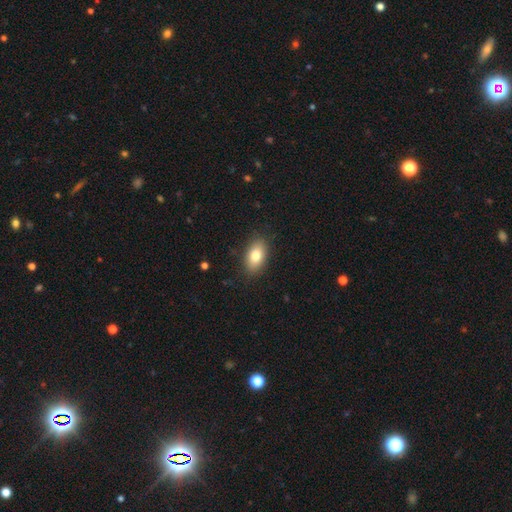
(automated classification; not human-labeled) Smooth or featured: smooth — 81% (featured or disk — 12%)
How rounded: in between — 91% (round — 6%)
Merging: none — 87% (minor disturbance — 10%)